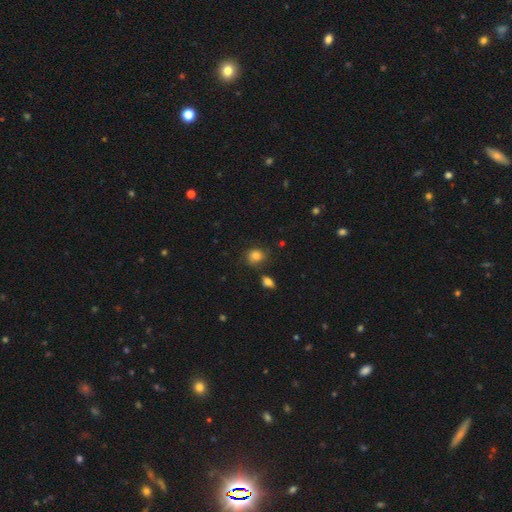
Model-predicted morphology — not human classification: Q: Smooth or featured?
A: smooth (82%); runner-up: star or artifact (11%)
Q: How rounded?
A: round (72%); runner-up: in between (27%)
Q: Merging?
A: none (75%); runner-up: minor disturbance (16%)